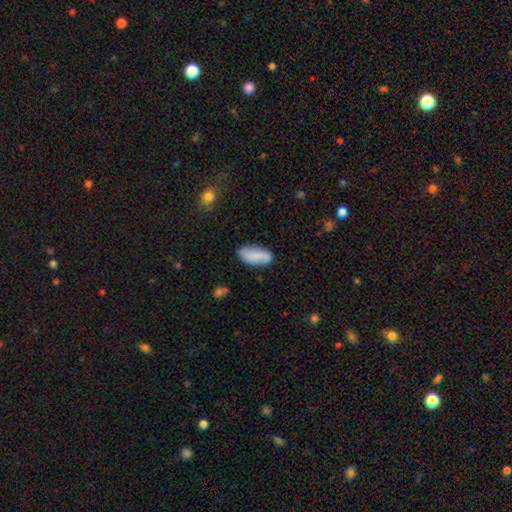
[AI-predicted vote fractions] Overall: smooth (76%). How rounded: in between (88%). Merging: none (78%).